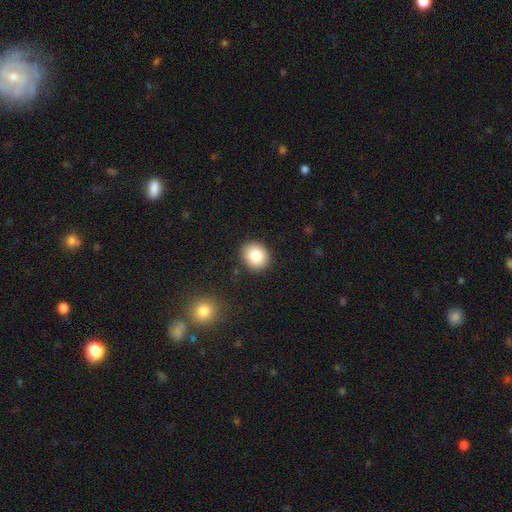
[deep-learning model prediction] A smooth galaxy with no disk features (82%) that is round (74%).

Vote fractions:
- Smooth or featured? smooth: 82% / star or artifact: 10% / featured or disk: 9%
- How rounded? round: 74% / in between: 25% / cigar-shaped: 1%
- Merging? none: 90% / minor disturbance: 7% / major disturbance: 2% / merger: 1%